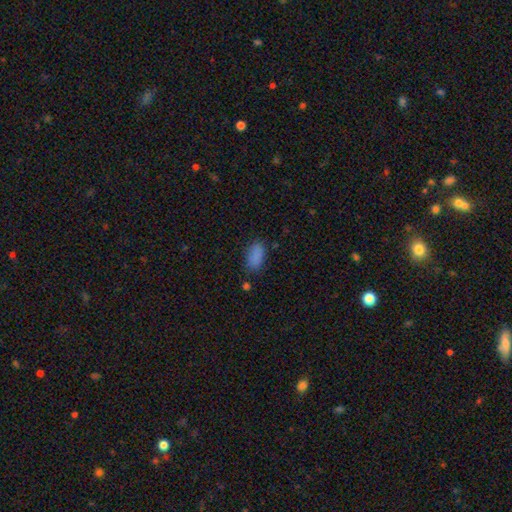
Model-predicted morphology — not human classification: Overall: smooth (85%). How rounded: in between (92%). Merging: none (75%).